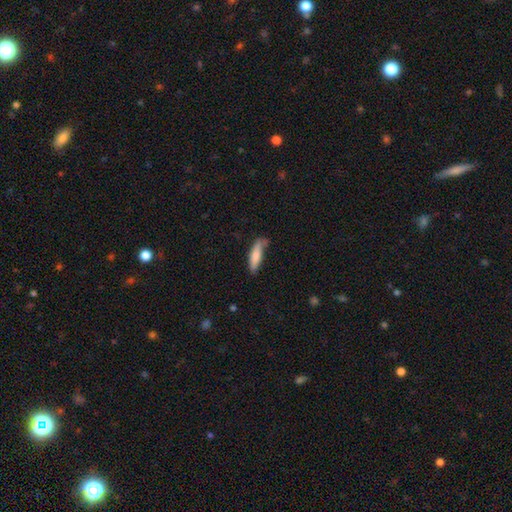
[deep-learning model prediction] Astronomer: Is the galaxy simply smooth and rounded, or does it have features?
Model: smooth — 77%.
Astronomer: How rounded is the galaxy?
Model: cigar-shaped — 70%.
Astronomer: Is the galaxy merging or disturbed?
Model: none — 57%.